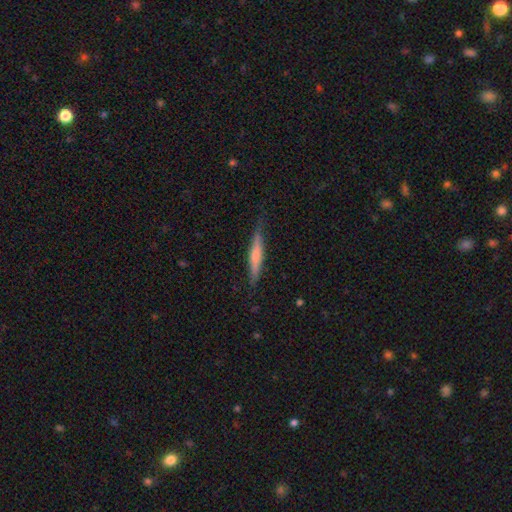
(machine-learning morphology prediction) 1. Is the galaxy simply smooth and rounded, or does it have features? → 48% smooth, 46% featured or disk, 6% star or artifact.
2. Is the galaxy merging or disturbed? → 79% none, 16% minor disturbance, 3% major disturbance, 1% merger.